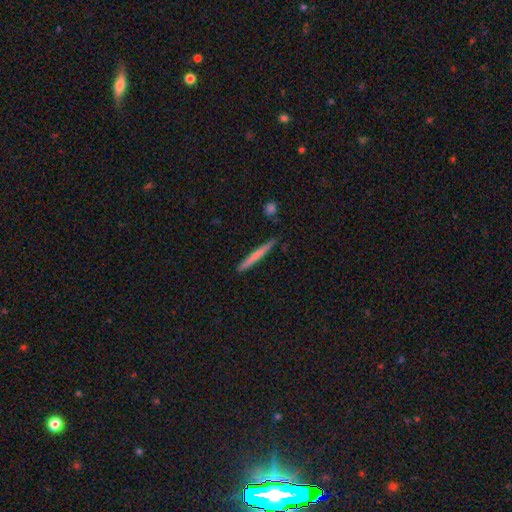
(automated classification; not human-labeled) A smooth galaxy with no disk features (59%) that is cigar-shaped (96%).

Vote fractions:
- Smooth or featured? smooth: 59% / featured or disk: 35% / star or artifact: 5%
- How rounded? cigar-shaped: 96% / in between: 2% / round: 2%
- Merging? none: 89% / minor disturbance: 8% / merger: 2% / major disturbance: 1%